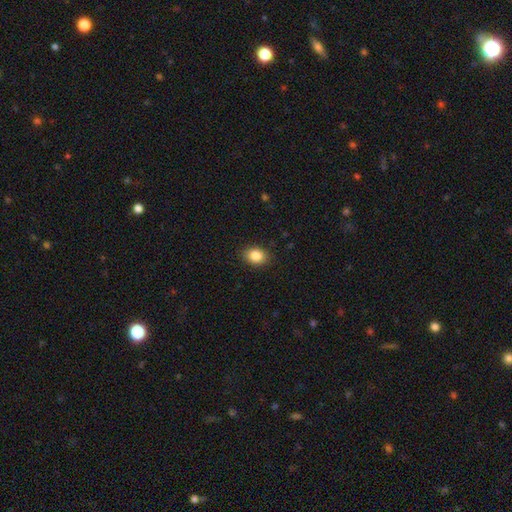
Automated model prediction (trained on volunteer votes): A smooth galaxy with no disk features (86%) that is in between round and cigar-shaped (65%). Merging: none (88%).